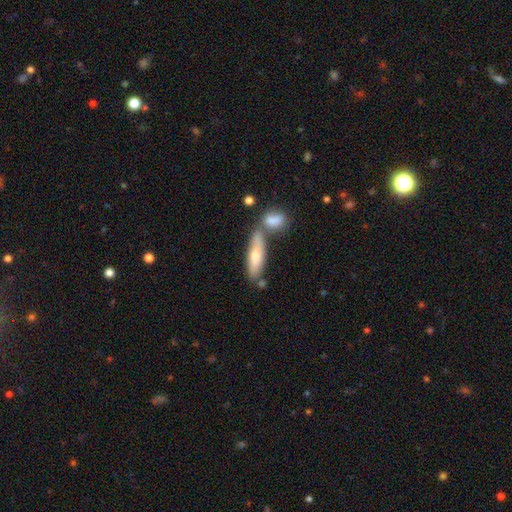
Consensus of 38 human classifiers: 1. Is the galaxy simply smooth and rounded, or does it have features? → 68% smooth, 29% featured or disk, 3% star or artifact.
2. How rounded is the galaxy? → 54% cigar-shaped, 42% in between, 4% round.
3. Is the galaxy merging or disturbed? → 35% none (tied), 35% merger (tied), 30% minor disturbance, 0% major disturbance.